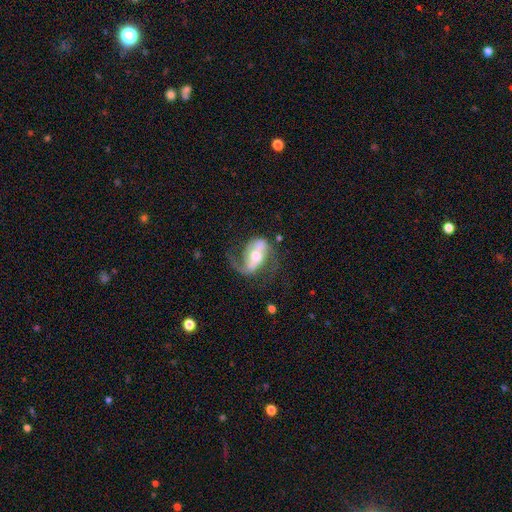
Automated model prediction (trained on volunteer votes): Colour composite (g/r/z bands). It shows a featured or disk galaxy (79%) with a strong bar (51%), 2 (73%) loose (45%) spiral arms (88%) and a moderate central bulge (66%). Merging: none (51%).